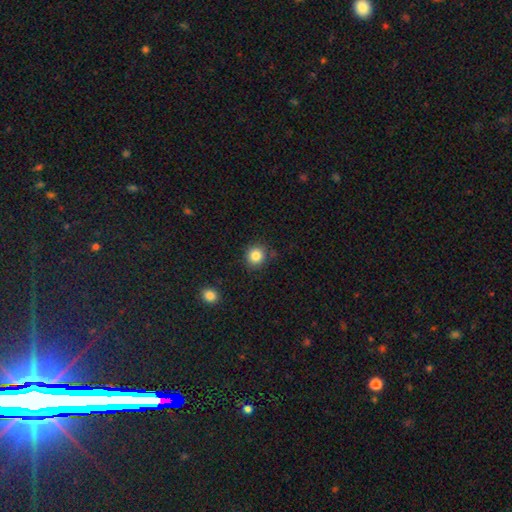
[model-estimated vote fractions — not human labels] A smooth galaxy with no disk features (85%) that is round (90%).

Vote fractions:
- Smooth or featured? smooth: 85% / star or artifact: 10% / featured or disk: 5%
- How rounded? round: 90% / in between: 9% / cigar-shaped: 1%
- Merging? none: 86% / minor disturbance: 9% / merger: 3% / major disturbance: 3%